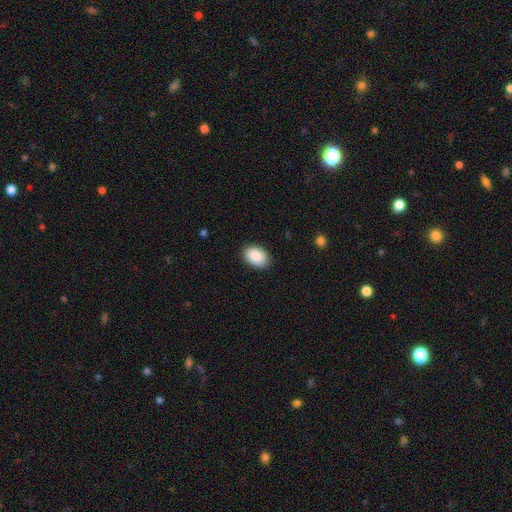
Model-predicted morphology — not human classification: smooth-or-featured: smooth: 88% | star or artifact: 6% | featured or disk: 5%
  how-rounded: in between: 85% | round: 14% | cigar-shaped: 1%
  merging: none: 88% | minor disturbance: 9% | major disturbance: 2% | merger: 1%